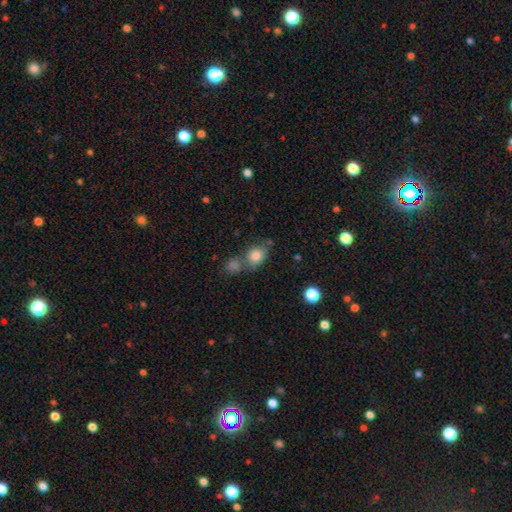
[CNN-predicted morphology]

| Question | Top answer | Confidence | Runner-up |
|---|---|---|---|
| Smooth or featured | smooth | 81% | star or artifact (10%) |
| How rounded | round | 54% | in between (45%) |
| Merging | none | 50% | merger (31%) |